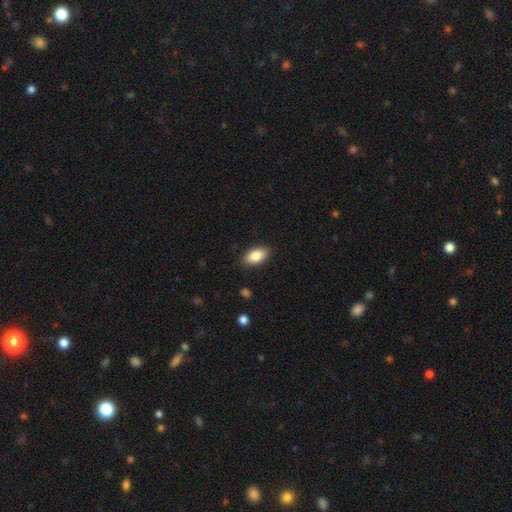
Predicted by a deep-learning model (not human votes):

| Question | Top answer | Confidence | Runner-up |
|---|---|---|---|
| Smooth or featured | smooth | 84% | featured or disk (9%) |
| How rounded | in between | 91% | cigar-shaped (5%) |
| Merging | none | 87% | minor disturbance (10%) |